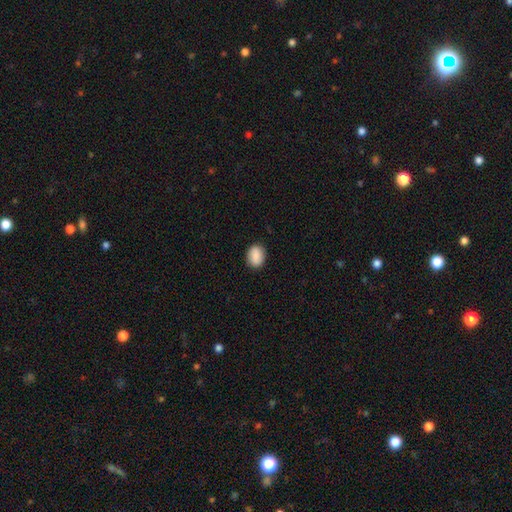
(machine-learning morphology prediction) smooth-or-featured: smooth: 87% | star or artifact: 7% | featured or disk: 6%
  how-rounded: in between: 65% | round: 34% | cigar-shaped: 1%
  merging: none: 87% | minor disturbance: 10% | major disturbance: 2% | merger: 1%